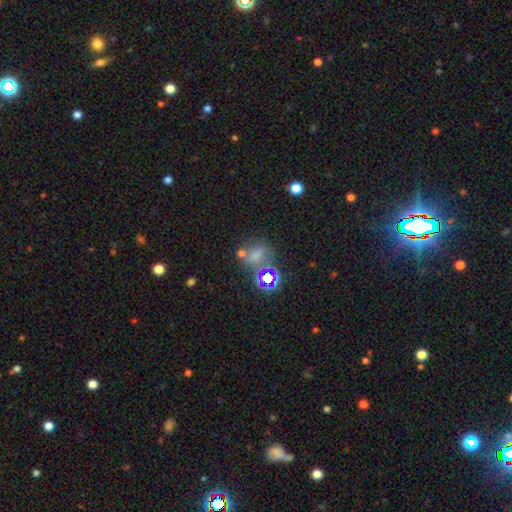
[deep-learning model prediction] Q: Smooth or featured?
A: smooth (51%); runner-up: star or artifact (37%)
Q: How rounded?
A: in between (52%); runner-up: round (45%)
Q: Merging?
A: none (47%); runner-up: merger (27%)